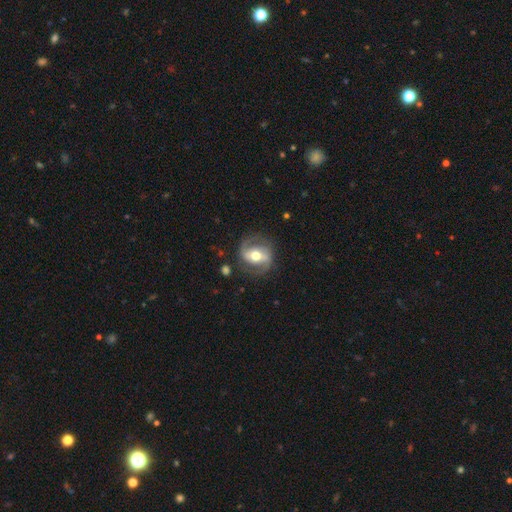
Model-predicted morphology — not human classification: smooth_or_featured: featured or disk (p=0.78) [alt: smooth p=0.17]
disk_edge_on: no (p=0.96) [alt: yes p=0.04]
bar: strong (p=0.36) [alt: weak p=0.35]
has_spiral_arms: yes (p=0.86) [alt: no p=0.14]
spiral_winding: medium (p=0.48) [alt: loose p=0.29]
spiral_arm_count: 2 (p=0.88) [alt: can't tell p=0.05]
bulge_size: moderate (p=0.73) [alt: large p=0.14]
merging: none (p=0.77) [alt: minor disturbance p=0.14]